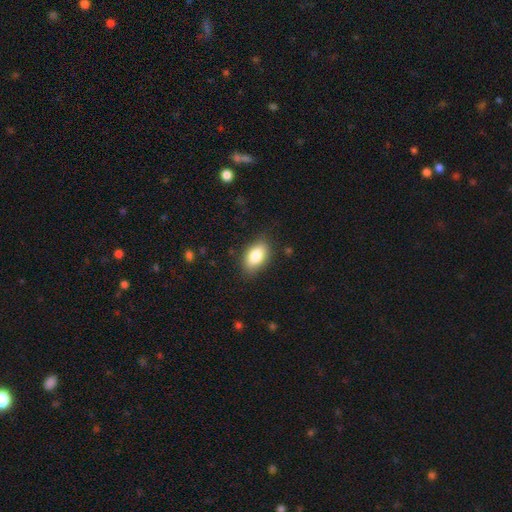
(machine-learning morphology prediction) A smooth galaxy with no disk features (82%) that is in between round and cigar-shaped (91%).

Vote fractions:
- Smooth or featured? smooth: 82% / featured or disk: 11% / star or artifact: 7%
- How rounded? in between: 91% / round: 6% / cigar-shaped: 3%
- Merging? none: 84% / minor disturbance: 12% / major disturbance: 3% / merger: 1%